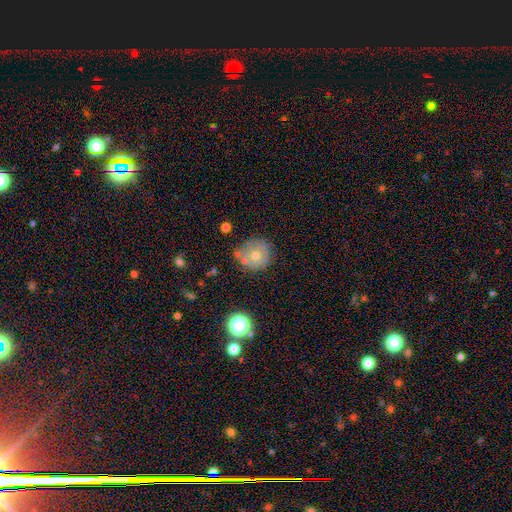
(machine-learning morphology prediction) Overall: smooth (59%; featured or disk 28%). How rounded: round (90%). Merging: none (65%).